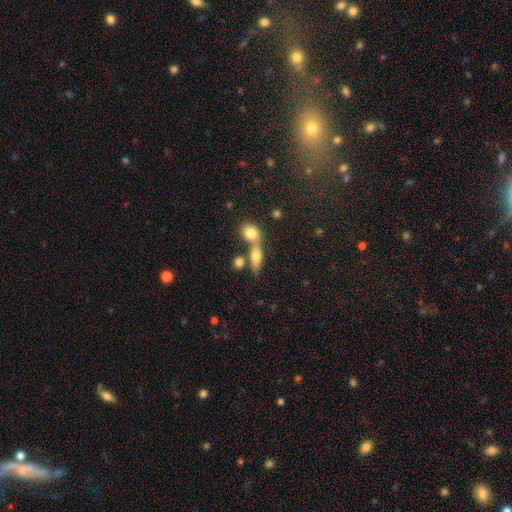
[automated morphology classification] Smooth or featured?
  - smooth: 65% *
  - featured or disk: 25%
  - star or artifact: 10%
How rounded?
  - in between: 58% *
  - cigar-shaped: 28%
  - round: 14%
Merging?
  - merger: 44% *
  - none: 42%
  - minor disturbance: 9%
  - major disturbance: 5%